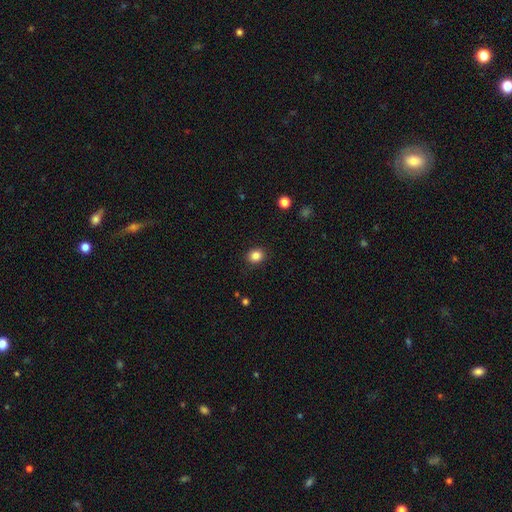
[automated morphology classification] A smooth galaxy with no disk features (85%) that is round (69%). Merging: none (89%).